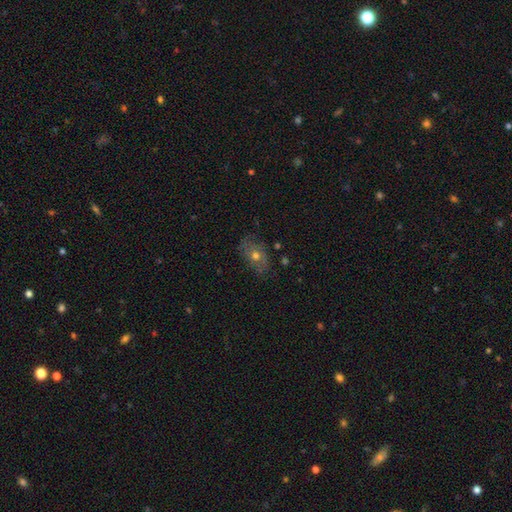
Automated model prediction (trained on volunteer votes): Smooth or featured? smooth (45%)
Merging? none (68%)